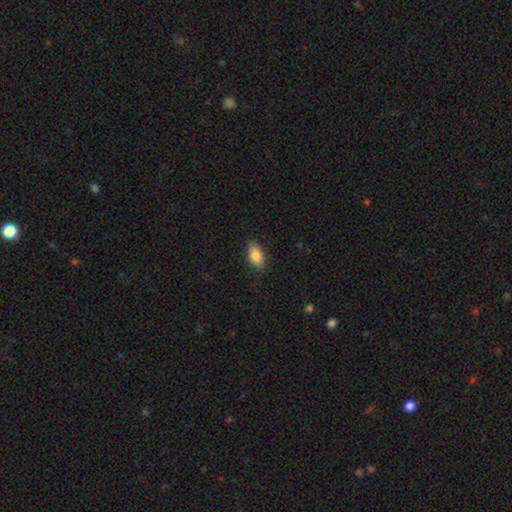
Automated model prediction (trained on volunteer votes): A smooth galaxy with no disk features (84%) that is in between round and cigar-shaped (90%). Merging: none (83%).